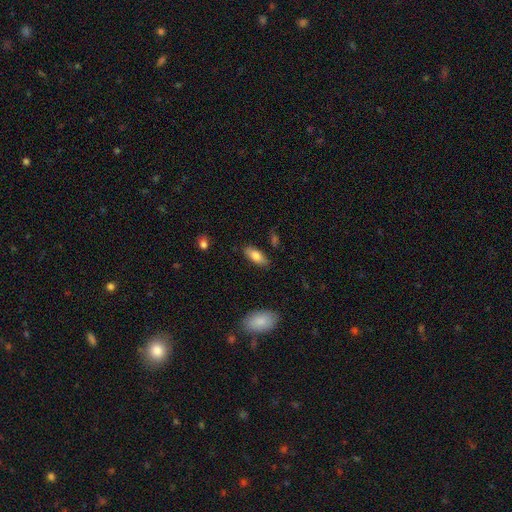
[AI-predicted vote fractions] Smooth or featured? Predicted: smooth (p=0.79). How rounded? Predicted: in between (p=0.81). Merging? Predicted: none (p=0.85).